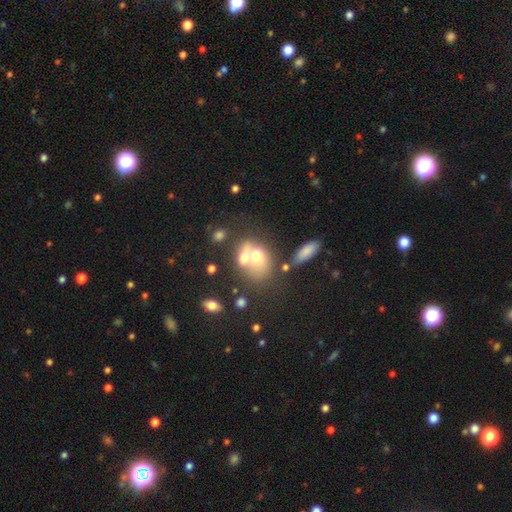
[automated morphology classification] Smooth or featured? Predicted: smooth (p=0.60). How rounded? Predicted: in between (p=0.55). Merging? Predicted: merger (p=0.60).